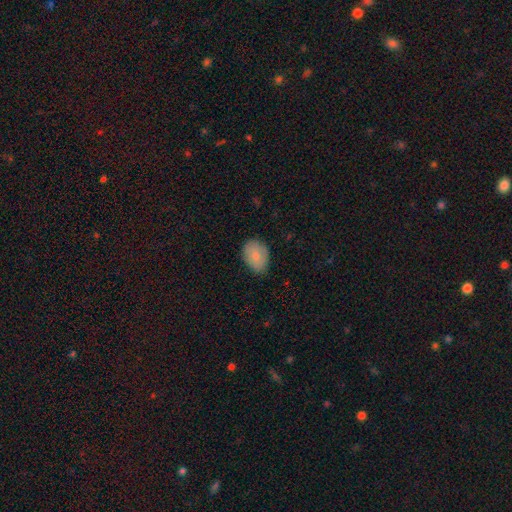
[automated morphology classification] type=smooth (82%); roundness=in between (79%); merging=none (80%).